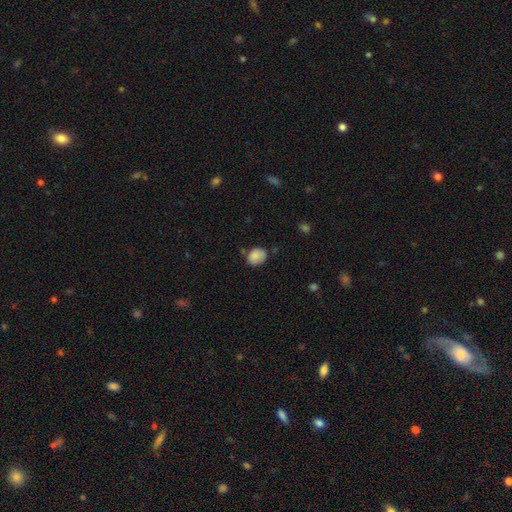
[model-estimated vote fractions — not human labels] smooth_or_featured: smooth (p=0.84) [alt: star or artifact p=0.09]
how_rounded: round (p=0.54) [alt: in between p=0.45]
merging: none (p=0.66) [alt: minor disturbance p=0.25]